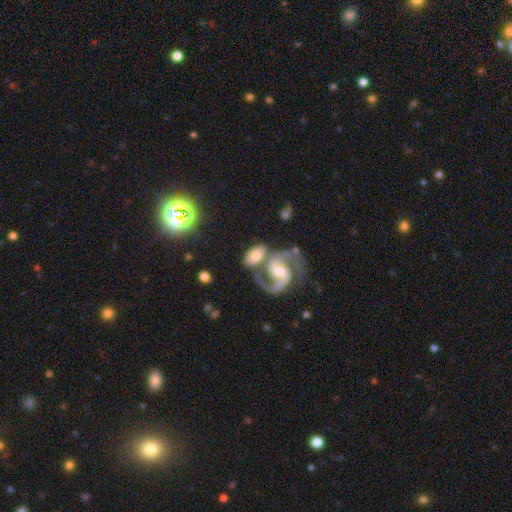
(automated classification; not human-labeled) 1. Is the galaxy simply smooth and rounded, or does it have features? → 63% featured or disk, 30% smooth, 8% star or artifact.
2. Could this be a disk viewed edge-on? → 96% no, 4% yes.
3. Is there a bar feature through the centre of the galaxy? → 41% weak, 37% no, 21% strong.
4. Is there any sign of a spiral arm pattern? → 92% yes, 8% no.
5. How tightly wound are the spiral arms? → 54% medium, 31% loose, 15% tight.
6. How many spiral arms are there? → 89% 2, 4% 1, 4% can't tell, 1% 3, 1% 4, 1% more than 4.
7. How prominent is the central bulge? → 56% moderate, 26% small, 13% large, 3% none, 2% dominant.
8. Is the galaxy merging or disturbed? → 40% merger, 39% none, 13% minor disturbance, 8% major disturbance.